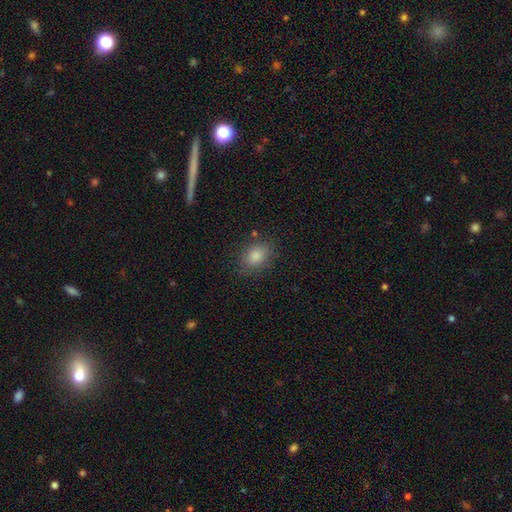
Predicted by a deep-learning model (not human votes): smooth-or-featured: smooth: 82% | star or artifact: 11% | featured or disk: 7%
  how-rounded: in between: 58% | round: 40% | cigar-shaped: 2%
  merging: none: 83% | minor disturbance: 12% | major disturbance: 3% | merger: 2%